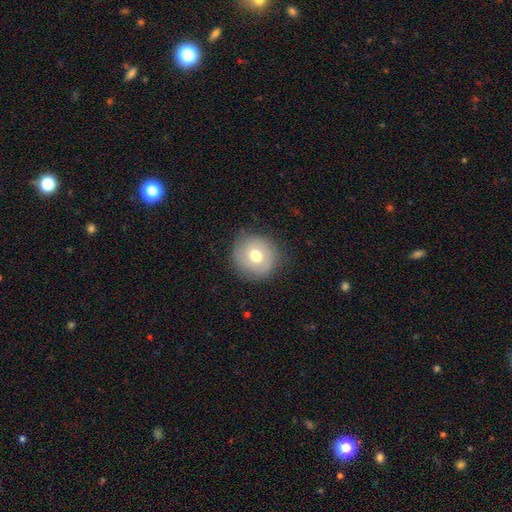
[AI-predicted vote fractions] Smooth or featured? Predicted: smooth (p=0.69). How rounded? Predicted: round (p=0.90). Merging? Predicted: none (p=0.84).